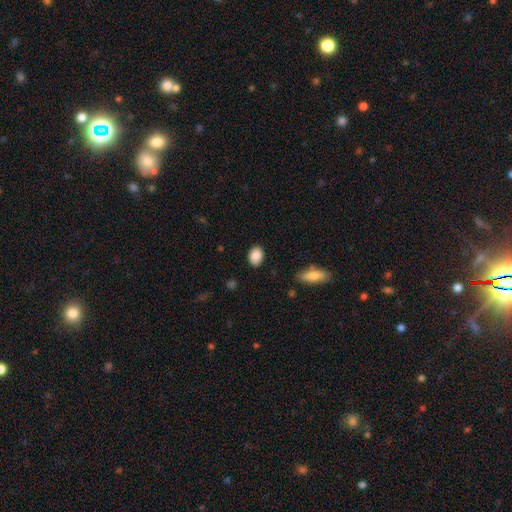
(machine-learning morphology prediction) Smooth or featured? Predicted: smooth (p=0.88). How rounded? Predicted: in between (p=0.69). Merging? Predicted: none (p=0.86).